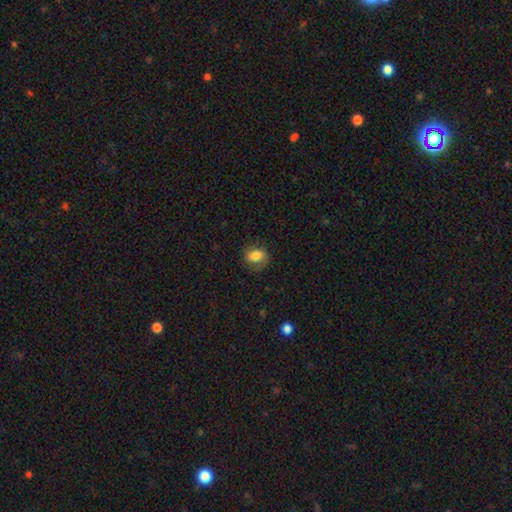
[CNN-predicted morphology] A smooth galaxy with no disk features (71%) that is in between round and cigar-shaped (52%). Merging: none (67%).